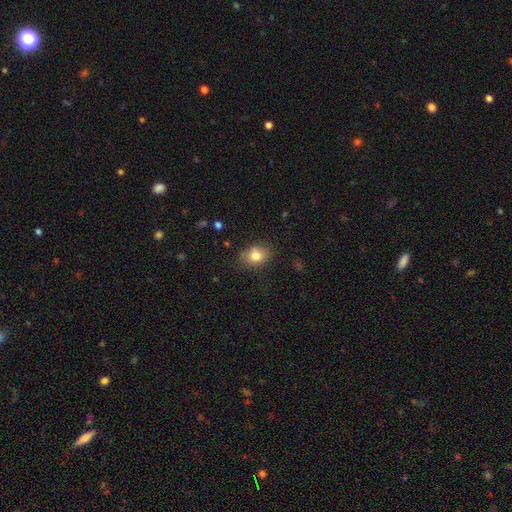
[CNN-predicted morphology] smooth 80%, featured or disk 10%, star or artifact 10%. Down the decision tree: how rounded — in between (63%); merging — none (76%).